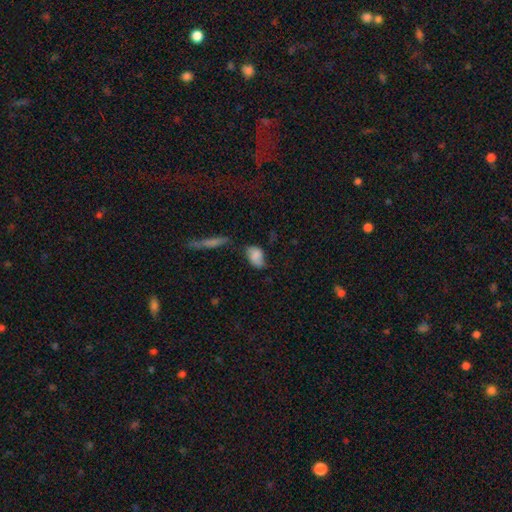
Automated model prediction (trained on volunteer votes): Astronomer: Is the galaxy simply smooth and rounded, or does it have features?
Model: smooth — 67%.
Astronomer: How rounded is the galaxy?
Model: in between — 86%.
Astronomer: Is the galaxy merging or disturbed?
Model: none — 49% (runner-up: minor disturbance, 31%).